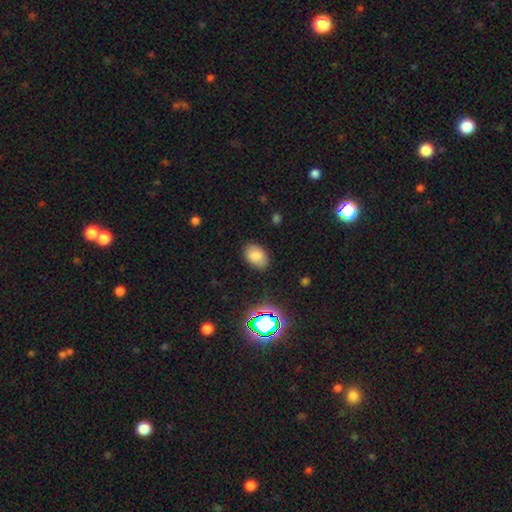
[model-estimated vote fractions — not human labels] This is clearly a smooth galaxy (81%). How rounded: clearly in between (83%). Merging: clearly none (82%).